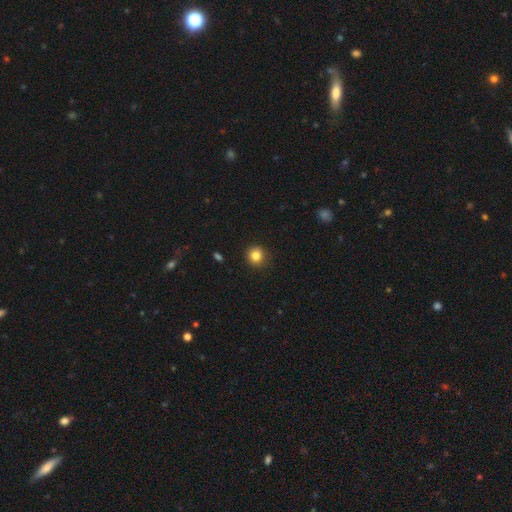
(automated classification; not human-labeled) A smooth galaxy with no disk features (83%) that is round (92%).

Vote fractions:
- Smooth or featured? smooth: 83% / star or artifact: 11% / featured or disk: 5%
- How rounded? round: 92% / in between: 7% / cigar-shaped: 1%
- Merging? none: 90% / minor disturbance: 7% / major disturbance: 2% / merger: 1%